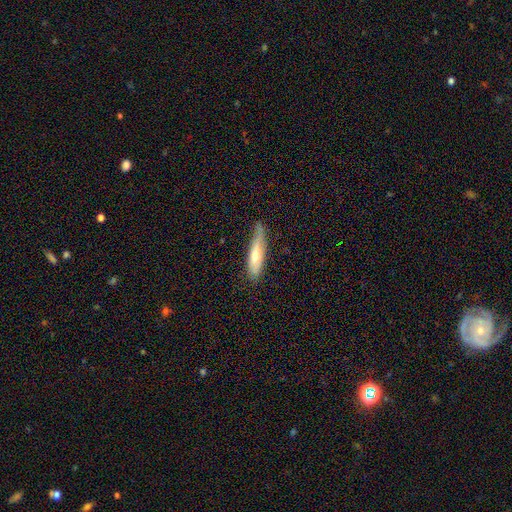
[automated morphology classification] This is possibly a smooth galaxy (57%). How rounded: likely cigar-shaped (76%). Merging: possibly none (57%).